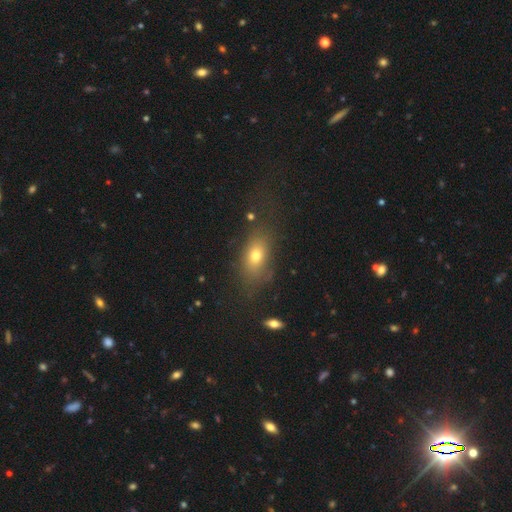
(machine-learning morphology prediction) smooth_or_featured: smooth (p=0.69) [alt: featured or disk p=0.16]
how_rounded: in between (p=0.77) [alt: round p=0.16]
merging: none (p=0.64) [alt: minor disturbance p=0.19]